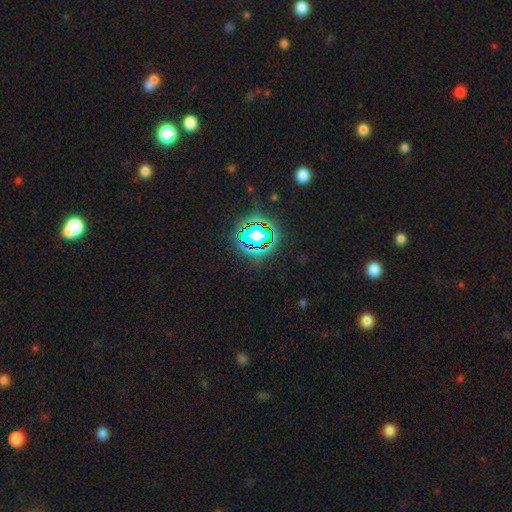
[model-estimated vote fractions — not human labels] This is clearly a star or artifact rather than a galaxy (80%).